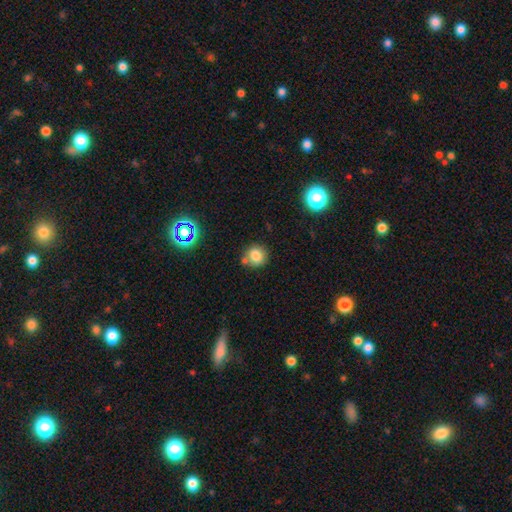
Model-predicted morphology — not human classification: Overall: smooth (80%). How rounded: round (85%). Merging: none (69%).